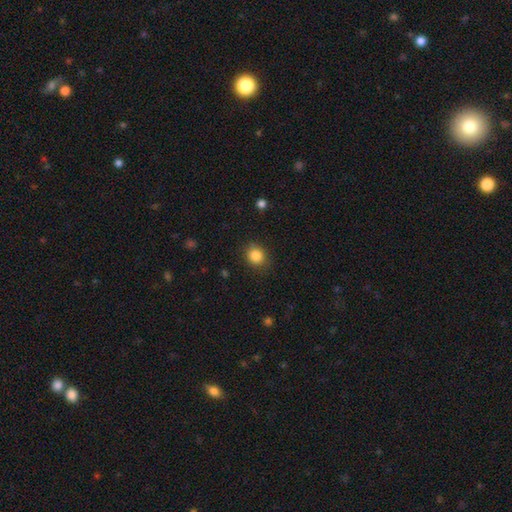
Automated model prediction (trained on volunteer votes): Morphology: type=smooth (85%); roundness=round (77%); merging=none (86%).